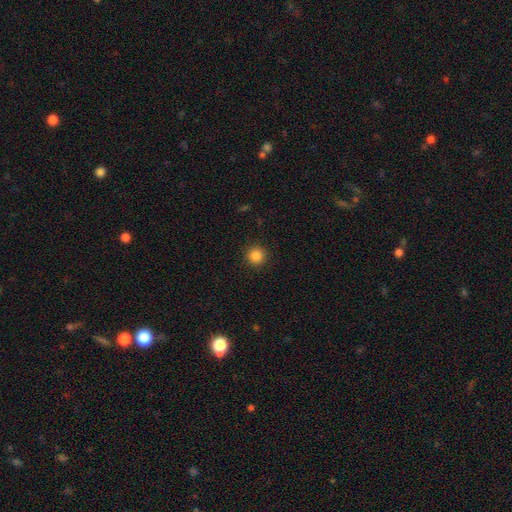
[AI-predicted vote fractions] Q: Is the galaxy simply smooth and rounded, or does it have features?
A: smooth — 85%.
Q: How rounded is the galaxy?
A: round — 95%.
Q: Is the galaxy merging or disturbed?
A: none — 92%.